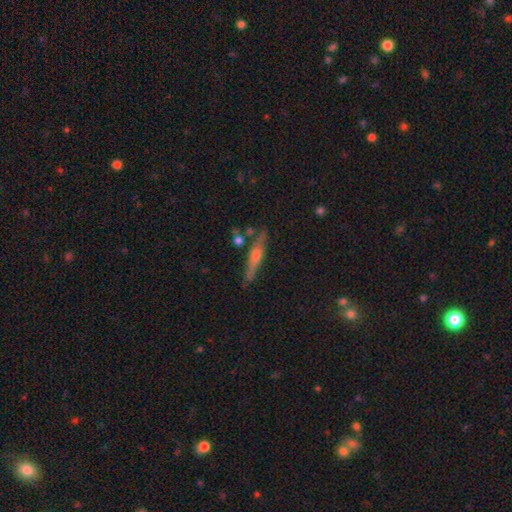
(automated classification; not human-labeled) Smooth or featured: featured or disk — 56% (smooth — 36%)
Edge-on disk: yes — 94% (no — 6%)
Edge-on bulge: rounded — 74% (none — 15%)
Merging: none — 81% (minor disturbance — 12%)